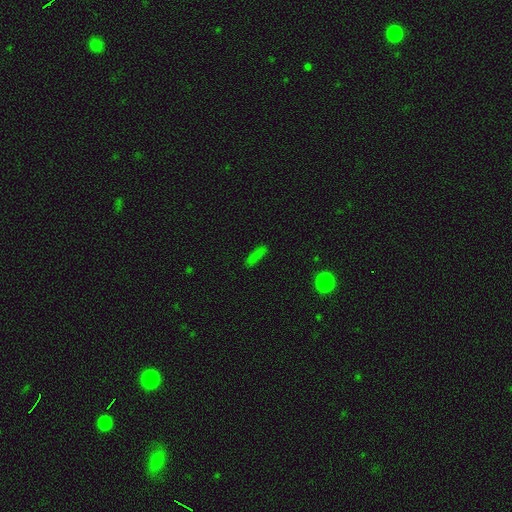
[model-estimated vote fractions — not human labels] A smooth galaxy with no disk features (77%) that is cigar-shaped (65%). Merging: none (81%).